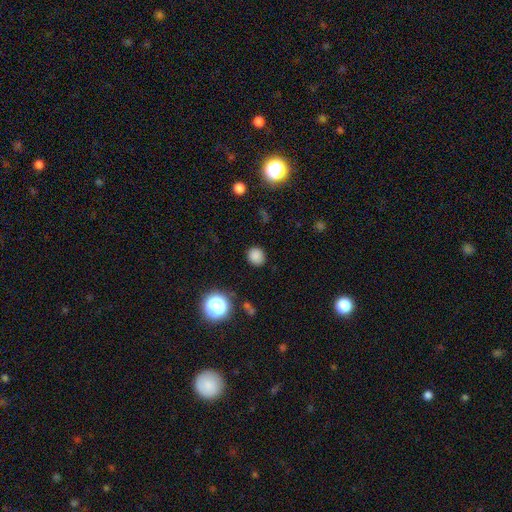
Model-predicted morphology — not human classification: Smooth or featured? Predicted: smooth (p=0.82). How rounded? Predicted: round (p=0.82). Merging? Predicted: none (p=0.87).